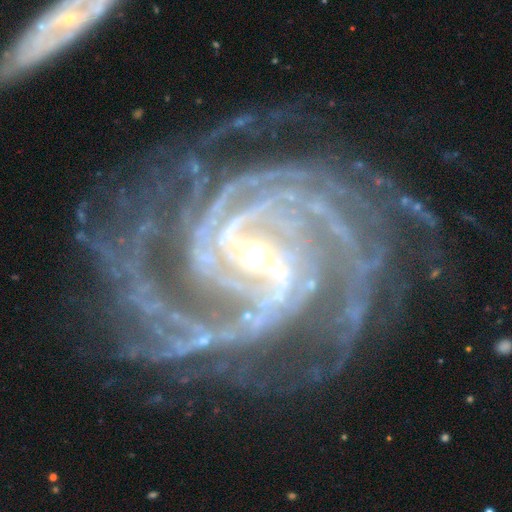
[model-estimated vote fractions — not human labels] This appears to be a featured or disk galaxy (94%) with a strong bar (42%), 4 (24%) tight (63%) spiral arms (99%) and a small central bulge (67%). Merging: none (73%).